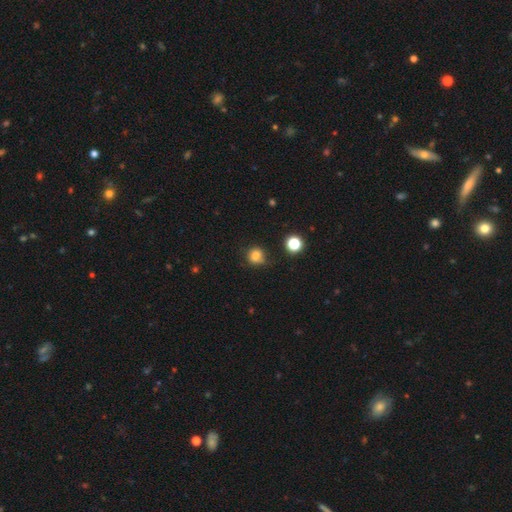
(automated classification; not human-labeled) Smooth or featured: smooth — 80% (star or artifact — 13%)
How rounded: round — 84% (in between — 15%)
Merging: none — 68% (minor disturbance — 21%)